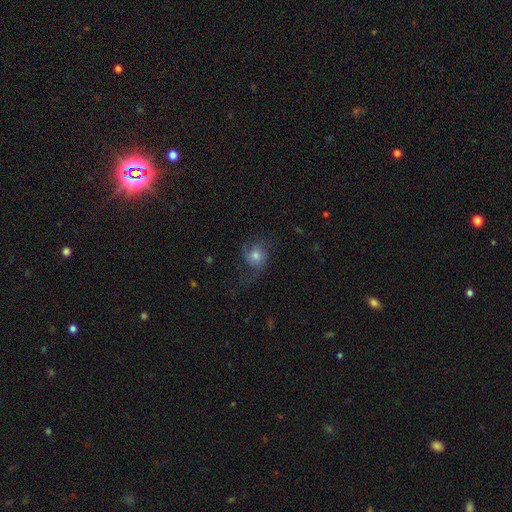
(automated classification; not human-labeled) Smooth or featured?
  - smooth: 44% * (tied)
  - featured or disk: 44% * (tied)
  - star or artifact: 12%
Merging?
  - none: 47% *
  - major disturbance: 30%
  - minor disturbance: 21%
  - merger: 2%